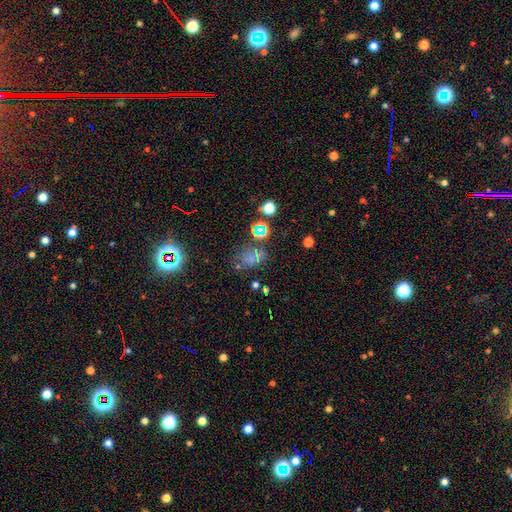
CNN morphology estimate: Smooth or featured: smooth — 47% (star or artifact — 39%)
Merging: none — 52% (minor disturbance — 19%)